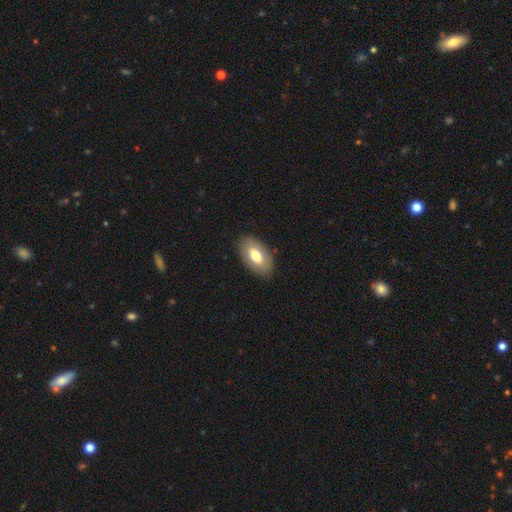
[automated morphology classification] A smooth galaxy with no disk features (68%) that is in between round and cigar-shaped (94%).

Vote fractions:
- Smooth or featured? smooth: 68% / featured or disk: 26% / star or artifact: 6%
- How rounded? in between: 94% / round: 4% / cigar-shaped: 2%
- Merging? none: 87% / minor disturbance: 10% / major disturbance: 3% / merger: 1%